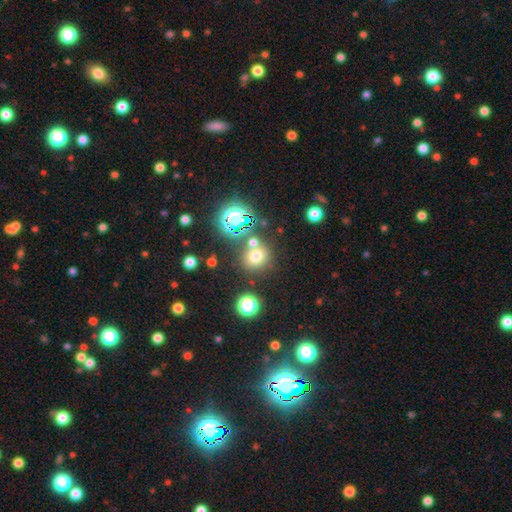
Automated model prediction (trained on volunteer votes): This appears to be a smooth galaxy with no disk features (64%) that is round (83%). Merging: none (68%).